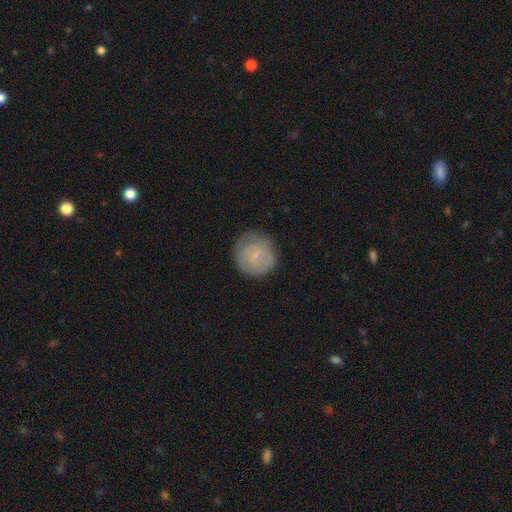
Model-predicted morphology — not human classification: Smooth or featured? Predicted: smooth (p=0.59). How rounded? Predicted: round (p=0.91). Merging? Predicted: none (p=0.77).